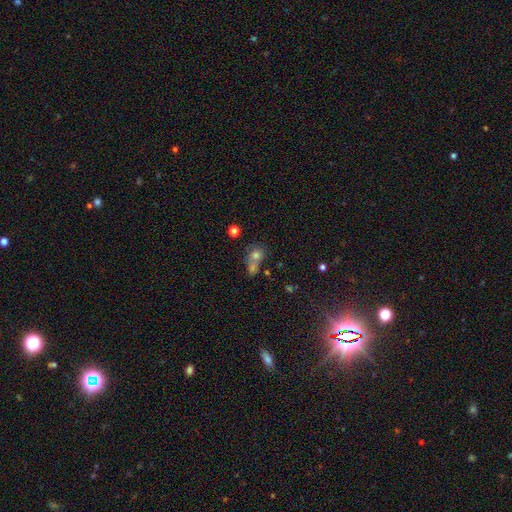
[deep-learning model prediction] A smooth galaxy with no disk features (67%) that is round (70%). Merging: merger (53%).